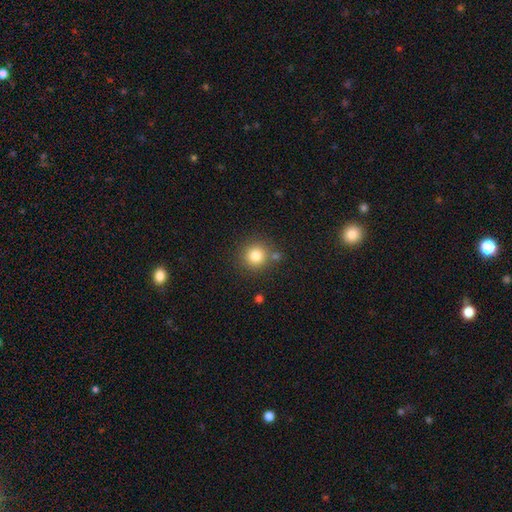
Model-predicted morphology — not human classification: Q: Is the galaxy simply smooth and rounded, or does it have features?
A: smooth — 82%.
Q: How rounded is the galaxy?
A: round — 92%.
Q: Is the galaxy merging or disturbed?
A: none — 79%.